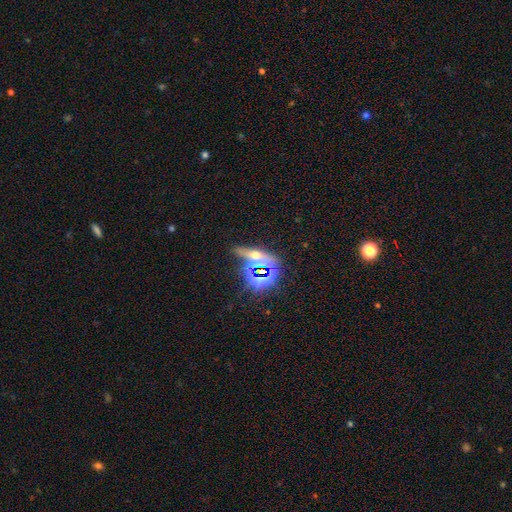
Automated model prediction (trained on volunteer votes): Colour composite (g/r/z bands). It shows a star or artifact, not a galaxy (48%).